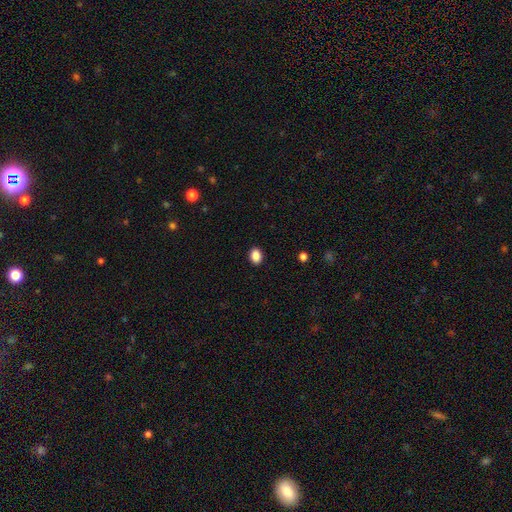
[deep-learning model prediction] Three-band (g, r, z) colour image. It shows a smooth galaxy with no disk features (88%) that is in between round and cigar-shaped (69%). Merging: none (91%).